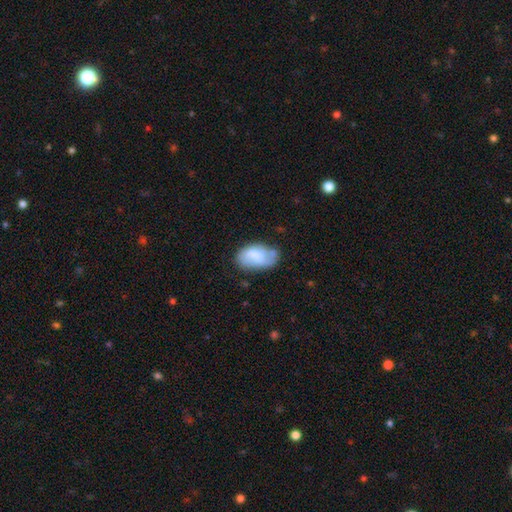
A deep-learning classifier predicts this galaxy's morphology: smooth 67%, featured or disk 26%, star or artifact 7%. Down the decision tree: how rounded — in between (92%); merging — none (53%).